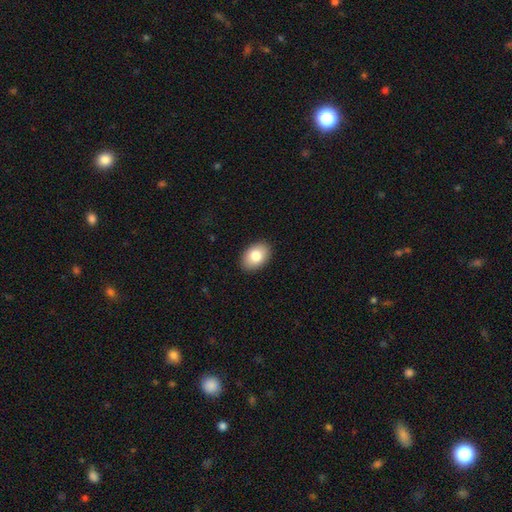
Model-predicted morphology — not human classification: smooth_or_featured: smooth (p=0.82) [alt: featured or disk p=0.11]
how_rounded: in between (p=0.86) [alt: round p=0.13]
merging: none (p=0.90) [alt: minor disturbance p=0.07]